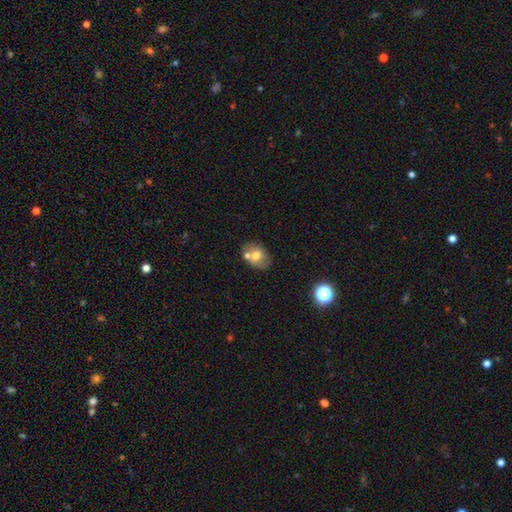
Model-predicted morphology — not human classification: Smooth or featured? smooth (63%)
How rounded? in between (66%)
Merging? none (53%)